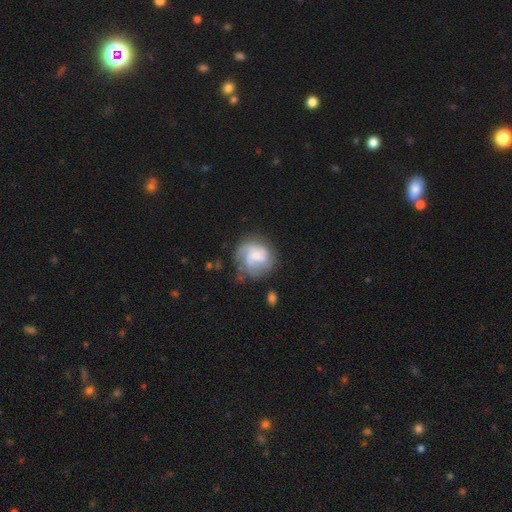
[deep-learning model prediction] This appears to be a featured or disk galaxy (62%) with no bar (62%), 2 (30%) medium (42%) spiral arms (86%) and a small central bulge (42%). Merging: none (59%).